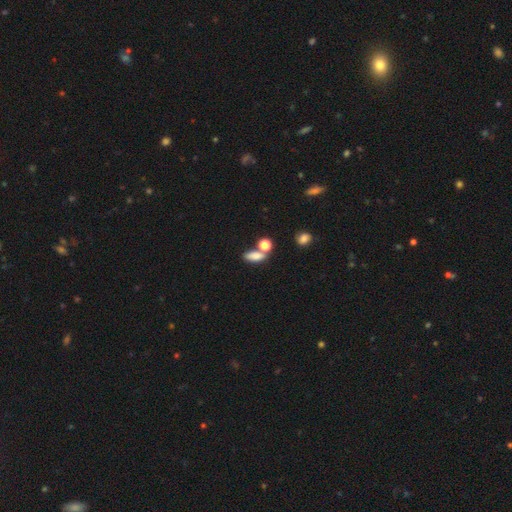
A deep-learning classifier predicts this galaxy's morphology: Smooth or featured: smooth — 79% (star or artifact — 12%)
How rounded: in between — 71% (round — 15%)
Merging: none — 50% (merger — 32%)